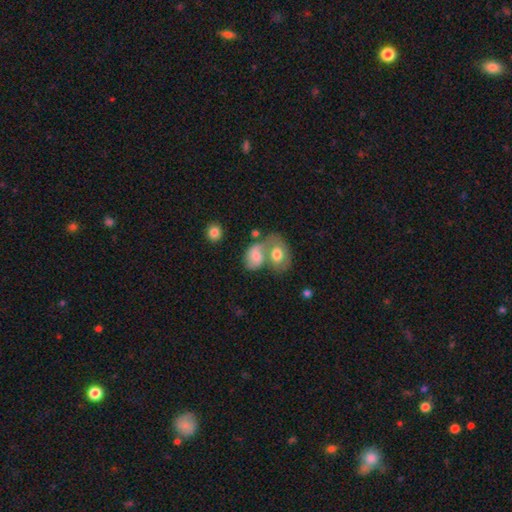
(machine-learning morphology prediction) Smooth or featured? Predicted: smooth (p=0.55). How rounded? Predicted: in between (p=0.75). Merging? Predicted: merger (p=0.62).